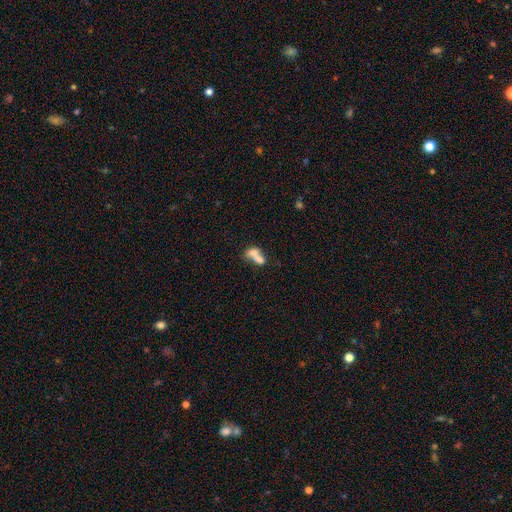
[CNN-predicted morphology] smooth-or-featured: smooth: 63% | featured or disk: 26% | star or artifact: 11%
  how-rounded: in between: 67% | round: 26% | cigar-shaped: 6%
  merging: merger: 68% | none: 18% | minor disturbance: 7% | major disturbance: 7%